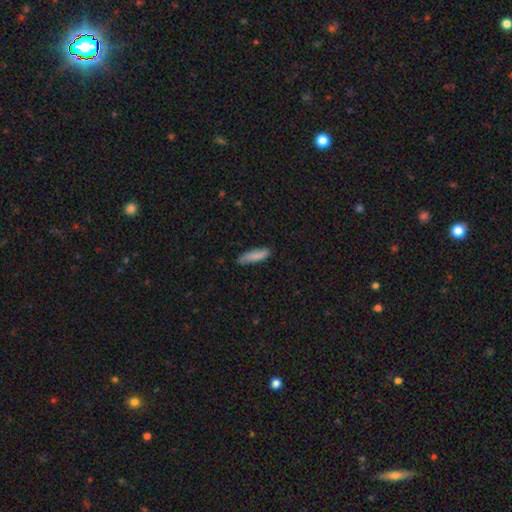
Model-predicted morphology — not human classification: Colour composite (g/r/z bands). It shows a smooth galaxy with no disk features (85%) that is cigar-shaped (63%). Merging: none (77%).